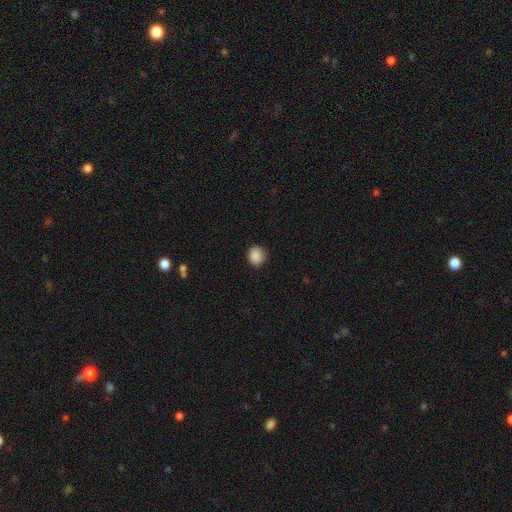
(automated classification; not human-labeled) Smooth or featured? smooth (89%)
How rounded? round (79%)
Merging? none (87%)